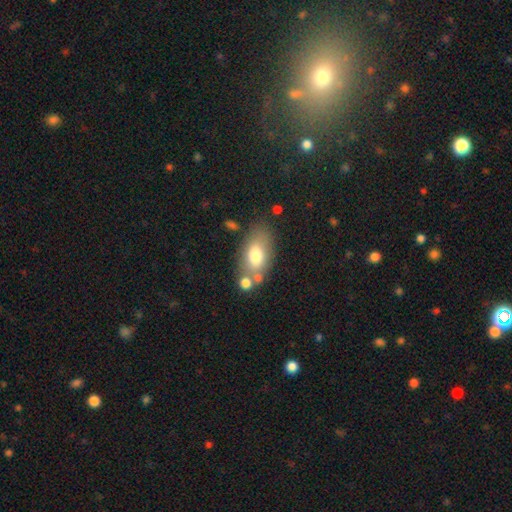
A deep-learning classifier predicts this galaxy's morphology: A smooth galaxy with no disk features (73%) that is in between round and cigar-shaped (89%).

Vote fractions:
- Smooth or featured? smooth: 73% / featured or disk: 19% / star or artifact: 8%
- How rounded? in between: 89% / round: 8% / cigar-shaped: 3%
- Merging? none: 62% / minor disturbance: 16% / merger: 15% / major disturbance: 6%